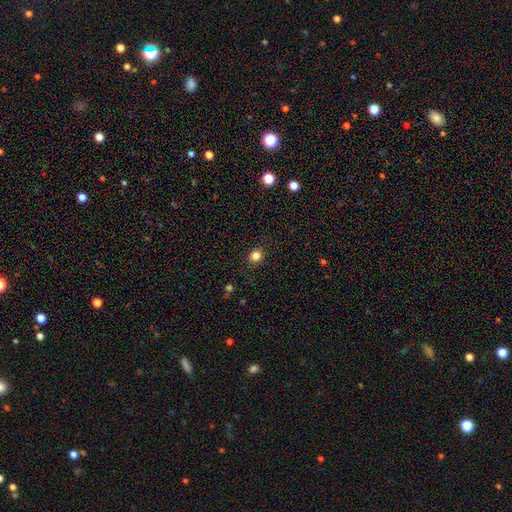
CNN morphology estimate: Smooth or featured: smooth — 83% (star or artifact — 12%)
How rounded: round — 79% (in between — 21%)
Merging: none — 89% (minor disturbance — 8%)